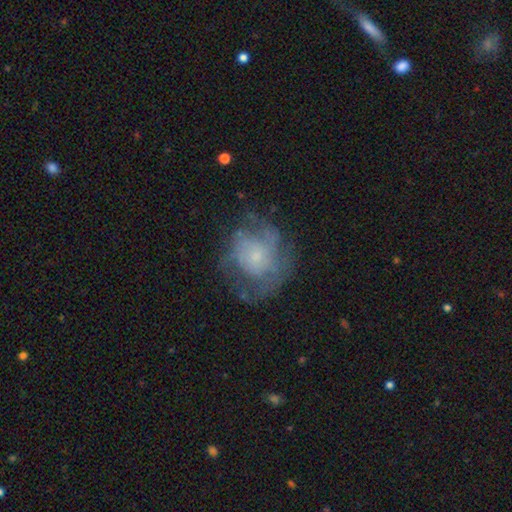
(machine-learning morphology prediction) smooth_or_featured: featured or disk (p=0.58) [alt: smooth p=0.32]
disk_edge_on: no (p=0.97) [alt: yes p=0.03]
bar: no (p=0.81) [alt: weak p=0.16]
has_spiral_arms: yes (p=0.64) [alt: no p=0.36]
bulge_size: small (p=0.61) [alt: moderate p=0.23]
merging: none (p=0.54) [alt: major disturbance p=0.22]